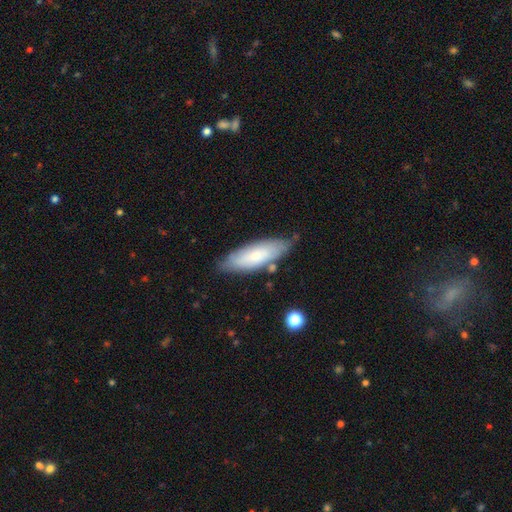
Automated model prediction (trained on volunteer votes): smooth_or_featured: smooth (p=0.62) [alt: featured or disk p=0.31]
how_rounded: in between (p=0.57) [alt: cigar-shaped p=0.41]
merging: none (p=0.76) [alt: minor disturbance p=0.18]